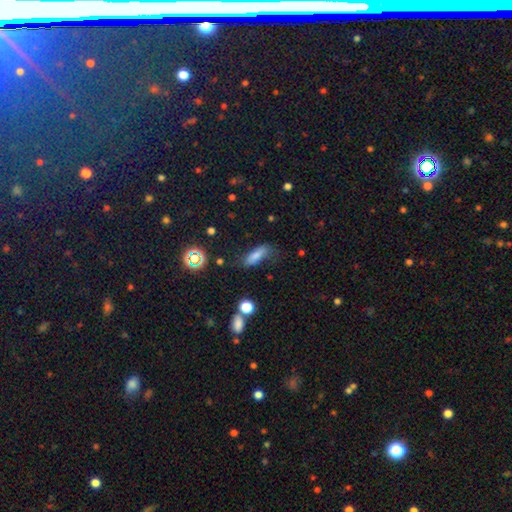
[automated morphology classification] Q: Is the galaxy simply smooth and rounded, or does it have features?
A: smooth — 72%.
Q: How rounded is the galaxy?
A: in between — 59%.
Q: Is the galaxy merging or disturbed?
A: none — 61%.